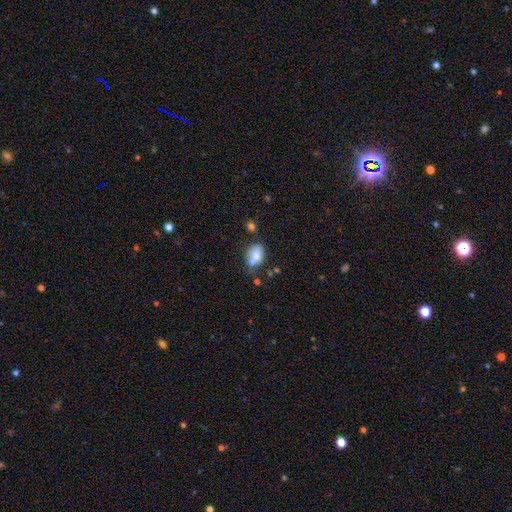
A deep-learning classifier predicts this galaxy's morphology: Q: Smooth or featured?
A: smooth (73%); runner-up: featured or disk (18%)
Q: How rounded?
A: in between (71%); runner-up: round (27%)
Q: Merging?
A: none (46%); runner-up: merger (28%)